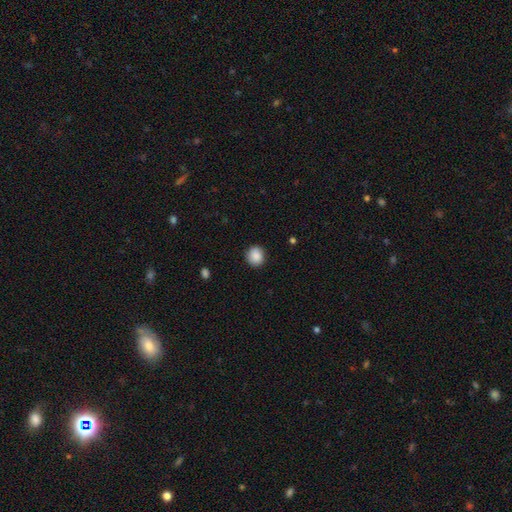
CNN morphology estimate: Smooth or featured? smooth (88%)
How rounded? round (81%)
Merging? none (88%)